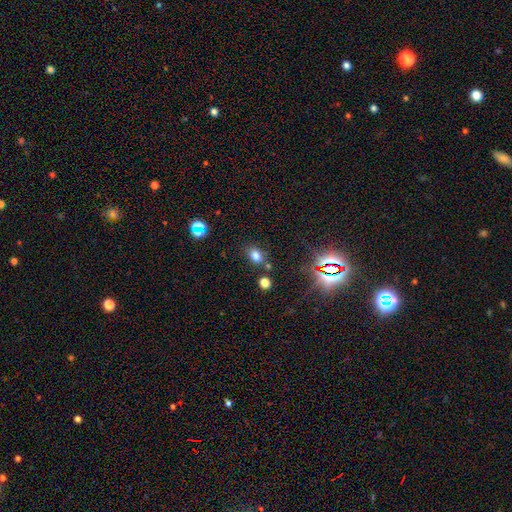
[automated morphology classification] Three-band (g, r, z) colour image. It shows a smooth galaxy with no disk features (74%) that is in between round and cigar-shaped (68%). Merging: none (73%).